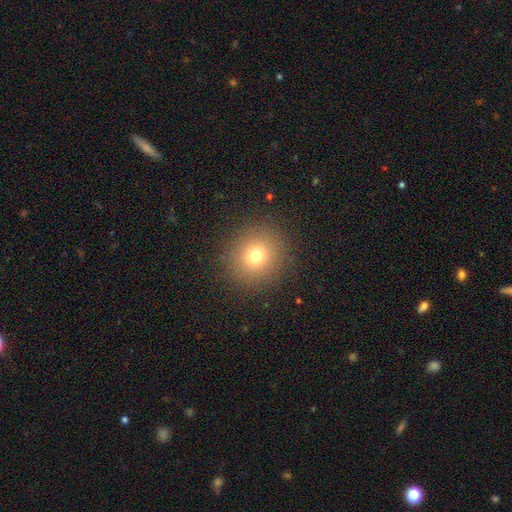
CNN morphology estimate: A smooth galaxy with no disk features (73%) that is round (90%).

Vote fractions:
- Smooth or featured? smooth: 73% / star or artifact: 17% / featured or disk: 10%
- How rounded? round: 90% / in between: 9% / cigar-shaped: 1%
- Merging? none: 90% / minor disturbance: 6% / major disturbance: 3% / merger: 1%